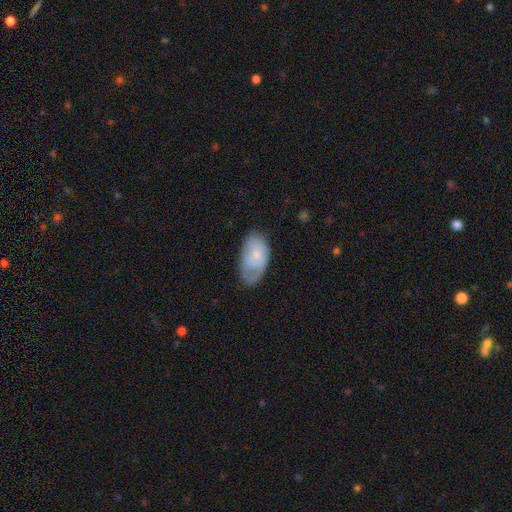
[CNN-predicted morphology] Smooth or featured? smooth (62%)
How rounded? in between (93%)
Merging? none (52%)